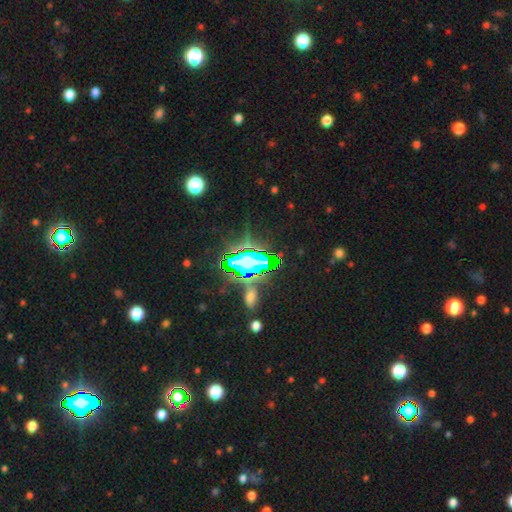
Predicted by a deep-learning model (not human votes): smooth-or-featured: star or artifact: 68% | smooth: 19% | featured or disk: 14%